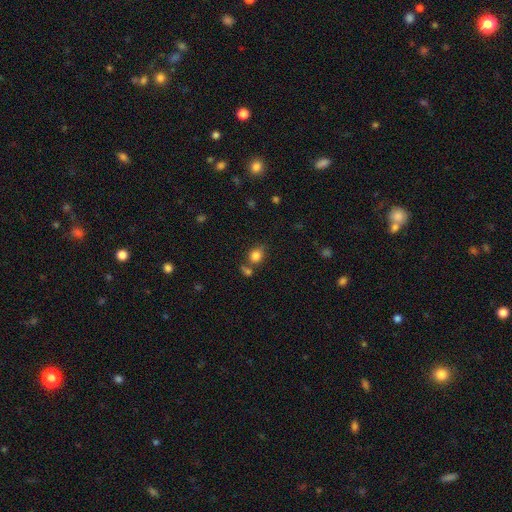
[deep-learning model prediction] Q: Smooth or featured?
A: smooth (82%); runner-up: star or artifact (11%)
Q: How rounded?
A: round (65%); runner-up: in between (33%)
Q: Merging?
A: none (61%); runner-up: merger (19%)